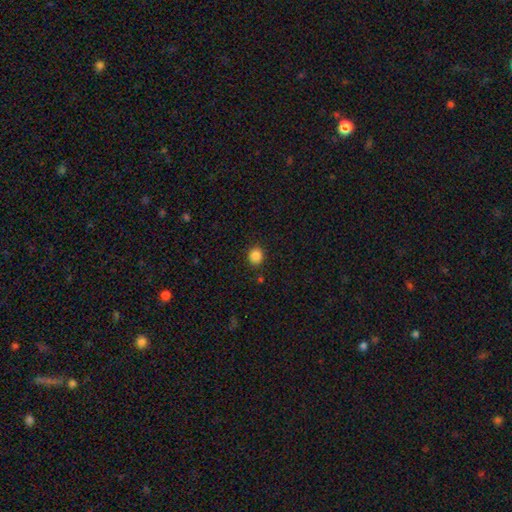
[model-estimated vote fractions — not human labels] Q: Smooth or featured?
A: smooth (86%); runner-up: star or artifact (11%)
Q: How rounded?
A: round (81%); runner-up: in between (18%)
Q: Merging?
A: none (89%); runner-up: minor disturbance (7%)